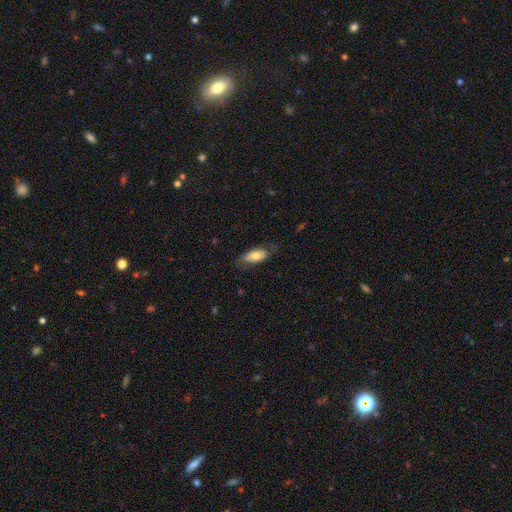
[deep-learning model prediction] Smooth or featured? smooth (67%)
How rounded? in between (82%)
Merging? none (64%)